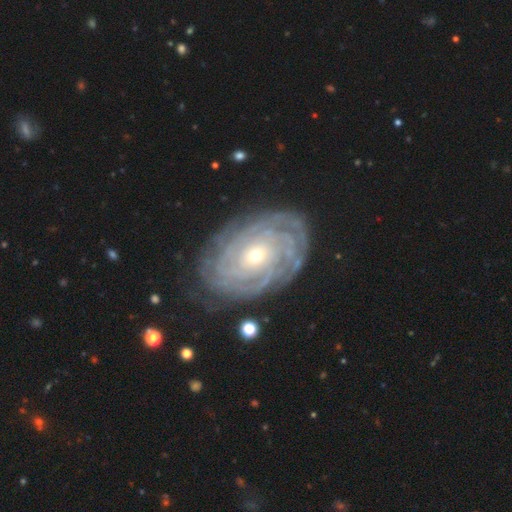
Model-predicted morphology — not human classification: This appears to be a featured or disk galaxy (89%) with no bar (77%), tight (87%) spiral arms (97%) and a small central bulge (65%). Merging: none (80%).